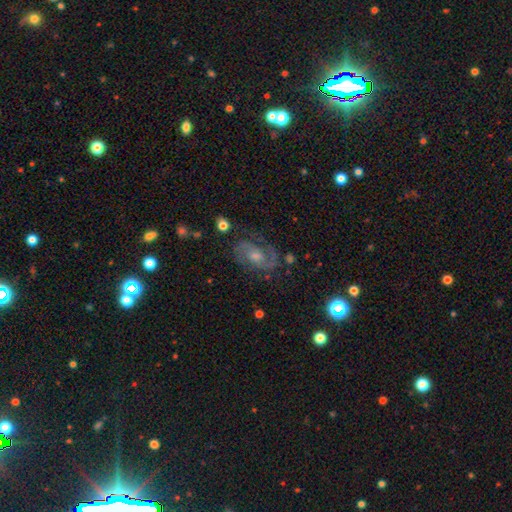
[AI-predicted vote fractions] smooth_or_featured: featured or disk (p=0.86) [alt: star or artifact p=0.07]
disk_edge_on: no (p=0.97) [alt: yes p=0.03]
bar: no (p=0.52) [alt: weak p=0.40]
has_spiral_arms: yes (p=0.97) [alt: no p=0.03]
spiral_winding: medium (p=0.53) [alt: tight p=0.33]
spiral_arm_count: 2 (p=0.87) [alt: can't tell p=0.05]
bulge_size: moderate (p=0.48) [alt: small p=0.40]
merging: none (p=0.76) [alt: minor disturbance p=0.15]